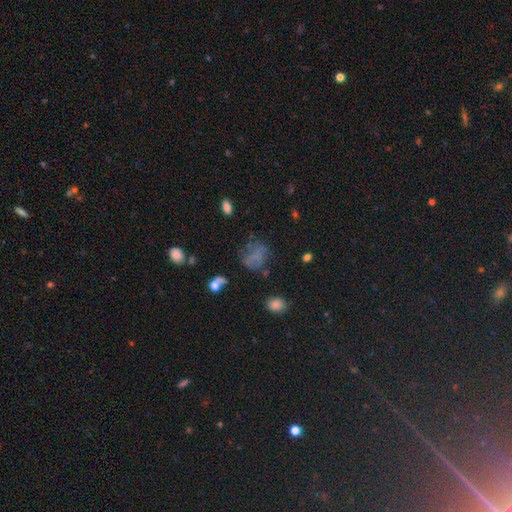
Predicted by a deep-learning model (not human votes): Smooth or featured? Predicted: smooth (p=0.53). How rounded? Predicted: in between (p=0.49, tied with round). Merging? Predicted: none (p=0.49).